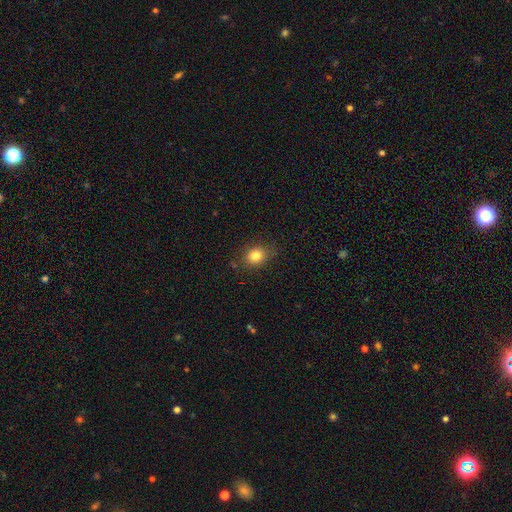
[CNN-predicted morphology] A smooth galaxy with no disk features (82%) that is round (53%).

Vote fractions:
- Smooth or featured? smooth: 82% / star or artifact: 11% / featured or disk: 7%
- How rounded? round: 53% / in between: 46% / cigar-shaped: 1%
- Merging? none: 80% / minor disturbance: 14% / major disturbance: 4% / merger: 2%